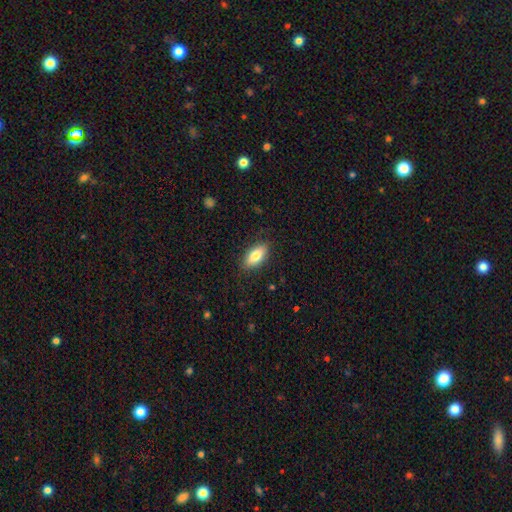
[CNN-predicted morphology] smooth 81%, featured or disk 13%, star or artifact 7%. Down the decision tree: how rounded — in between (88%); merging — none (85%).